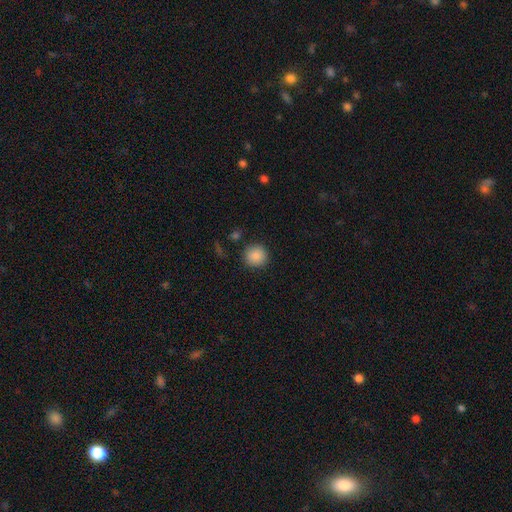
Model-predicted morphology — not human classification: The model was most divided on "smooth or featured": smooth: 88%, star or artifact: 9%, featured or disk: 3%. More confident: how rounded — round (92%); merging — none (89%).